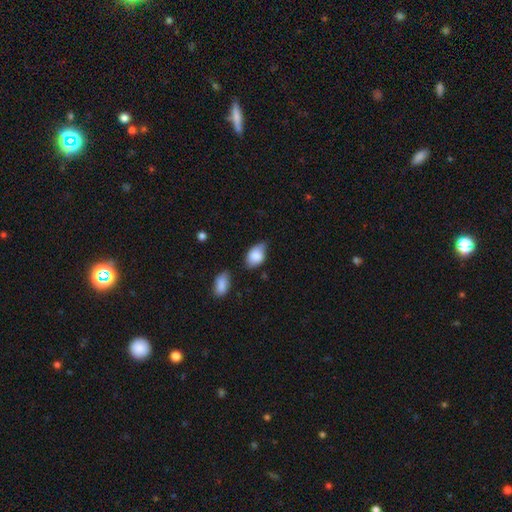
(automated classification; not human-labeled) Overall: smooth (83%). How rounded: in between (85%). Merging: none (45%; minor disturbance 40%).